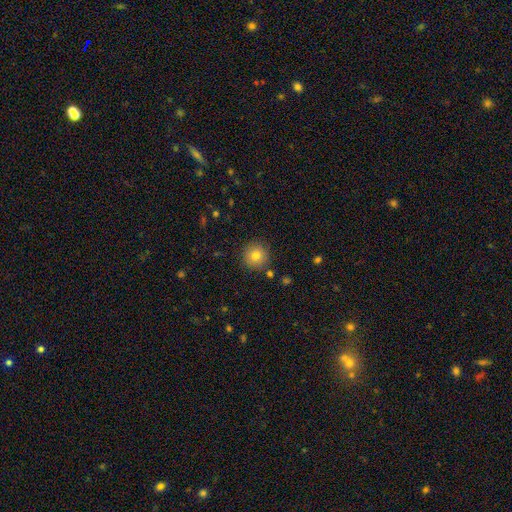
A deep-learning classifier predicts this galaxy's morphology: Smooth or featured: smooth — 80% (star or artifact — 11%)
How rounded: round — 95% (in between — 4%)
Merging: none — 89% (minor disturbance — 7%)